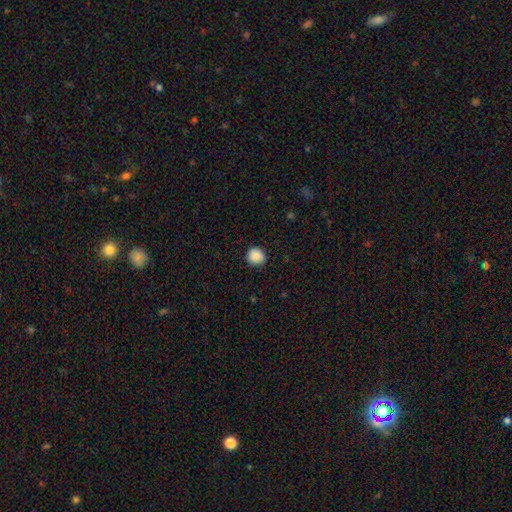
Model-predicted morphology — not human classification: smooth_or_featured: smooth (p=0.88) [alt: star or artifact p=0.09]
how_rounded: round (p=0.89) [alt: in between p=0.10]
merging: none (p=0.89) [alt: minor disturbance p=0.08]